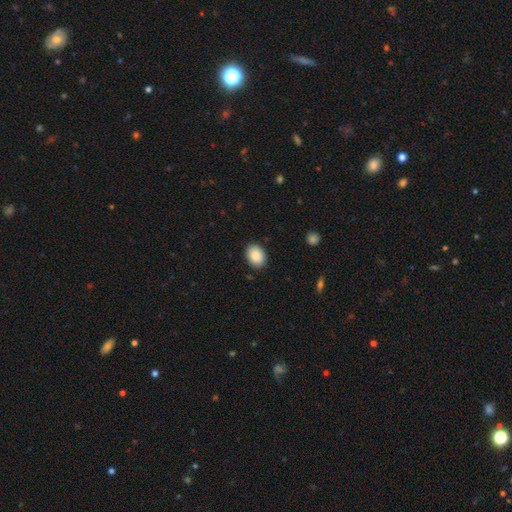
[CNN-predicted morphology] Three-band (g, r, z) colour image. It shows a smooth galaxy with no disk features (89%) that is in between round and cigar-shaped (71%). Merging: none (87%).